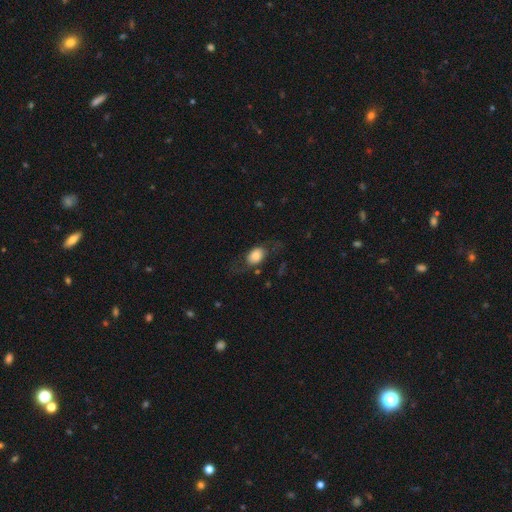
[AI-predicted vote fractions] Smooth or featured? smooth (66%)
How rounded? in between (72%)
Merging? none (57%)